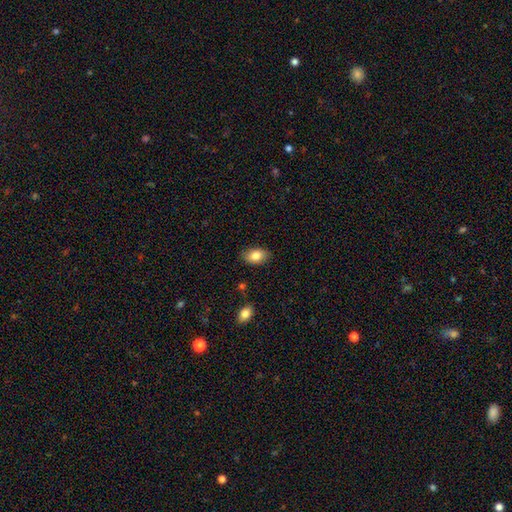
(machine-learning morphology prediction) type=smooth (83%); roundness=in between (88%); merging=none (85%).